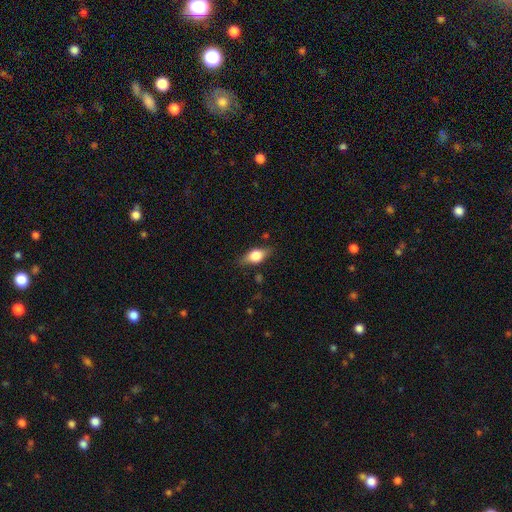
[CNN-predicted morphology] type=smooth (66%); roundness=in between (79%); merging=none (76%).